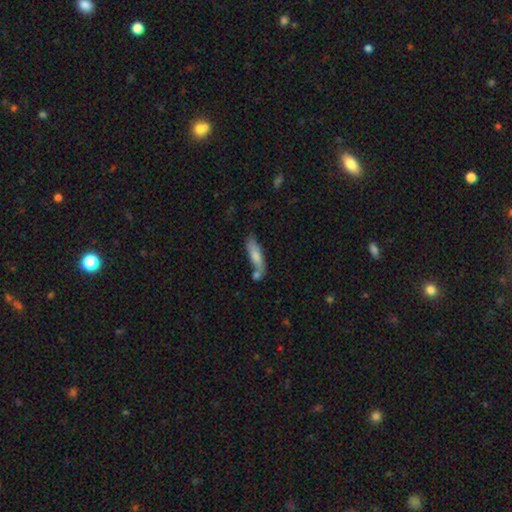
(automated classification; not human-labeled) The model was most divided on "merging": none: 47%, merger: 26%, minor disturbance: 20%, major disturbance: 7%. More confident: smooth or featured — smooth (70%); how rounded — cigar-shaped (61%).